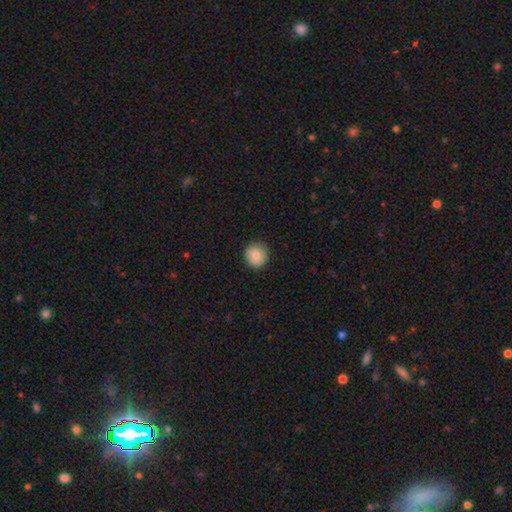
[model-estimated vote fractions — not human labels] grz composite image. It shows a smooth galaxy with no disk features (86%) that is round (91%). Merging: none (89%).